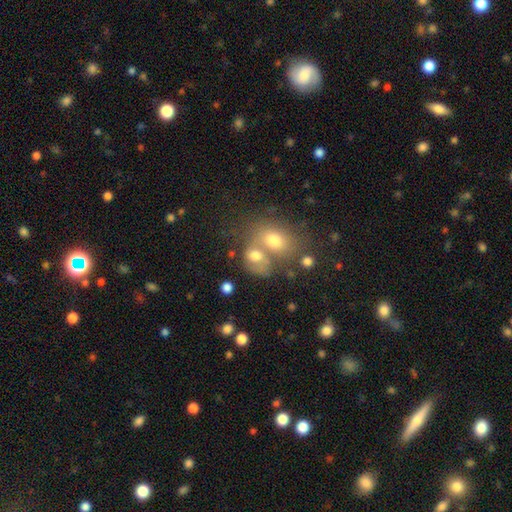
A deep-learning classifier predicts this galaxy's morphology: smooth 66%, featured or disk 22%, star or artifact 13%. Down the decision tree: how rounded — in between (57%); merging — merger (58%).